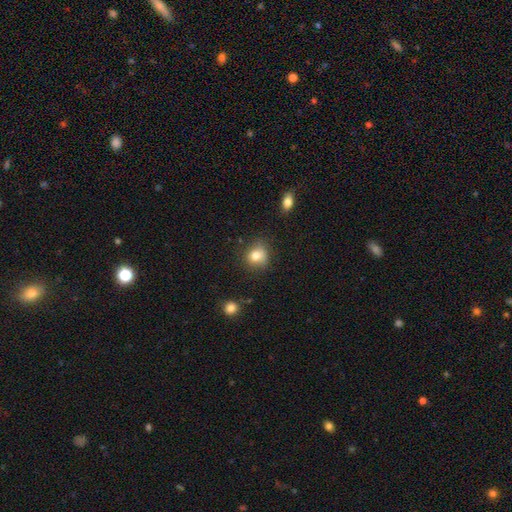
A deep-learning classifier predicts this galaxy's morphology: A smooth galaxy with no disk features (79%) that is round (77%).

Vote fractions:
- Smooth or featured? smooth: 79% / star or artifact: 12% / featured or disk: 9%
- How rounded? round: 77% / in between: 22% / cigar-shaped: 1%
- Merging? none: 70% / minor disturbance: 21% / major disturbance: 5% / merger: 4%